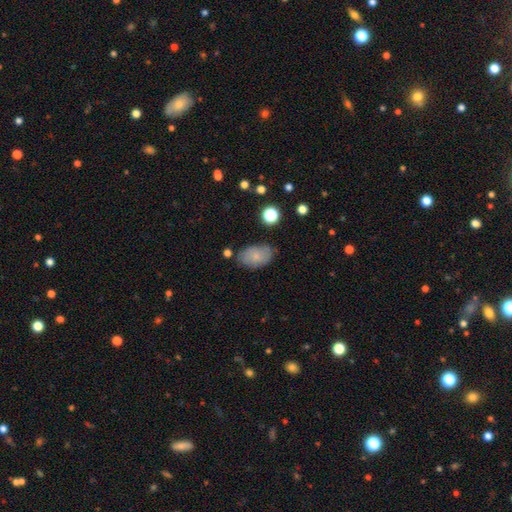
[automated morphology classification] Smooth or featured? smooth (73%)
How rounded? in between (90%)
Merging? none (74%)